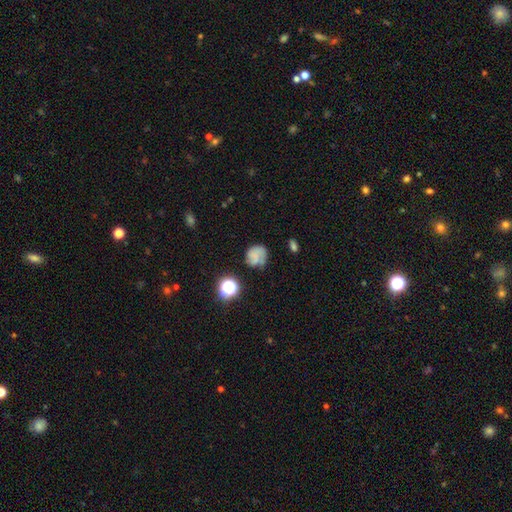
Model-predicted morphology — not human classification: Q: Smooth or featured?
A: smooth (55%); runner-up: featured or disk (31%)
Q: How rounded?
A: round (72%); runner-up: in between (27%)
Q: Merging?
A: none (51%); runner-up: minor disturbance (27%)